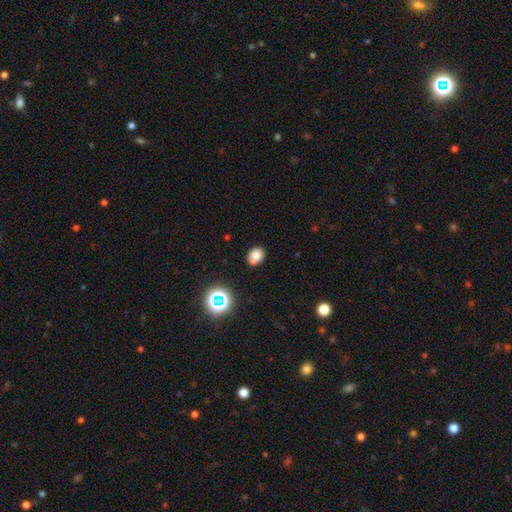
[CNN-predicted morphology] This appears to be a smooth galaxy with no disk features (77%) that is in between round and cigar-shaped (61%). Merging: none (72%).